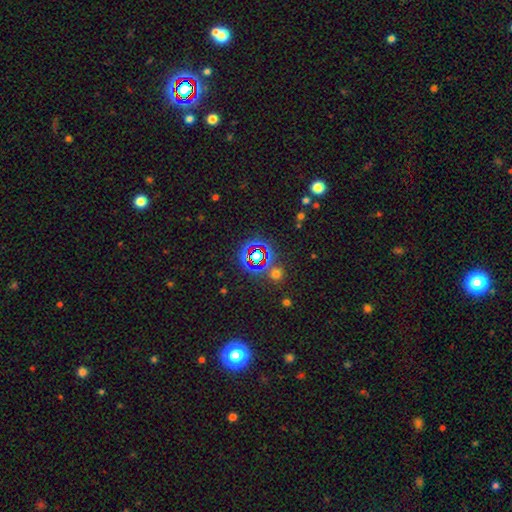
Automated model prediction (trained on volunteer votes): Smooth or featured? star or artifact (69%)